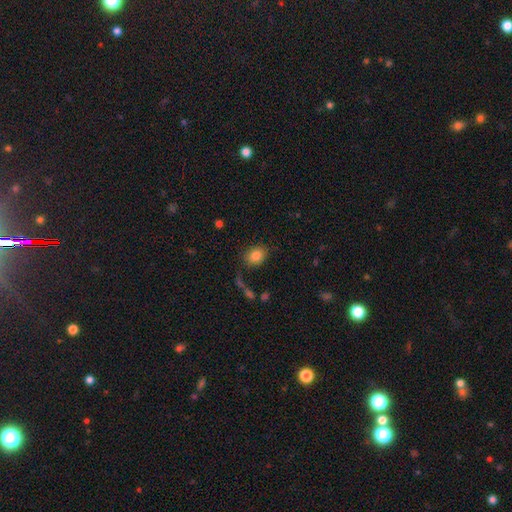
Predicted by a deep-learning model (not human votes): smooth_or_featured: smooth (p=0.84) [alt: star or artifact p=0.10]
how_rounded: in between (p=0.51) [alt: round p=0.48]
merging: none (p=0.78) [alt: minor disturbance p=0.13]